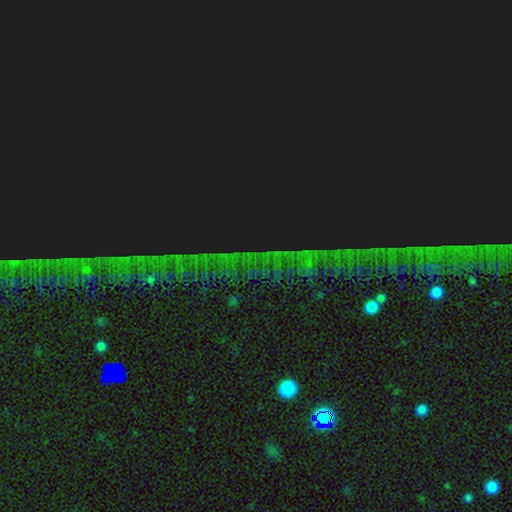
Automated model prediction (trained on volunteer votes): The model was most divided on "smooth or featured": star or artifact: 84%, smooth: 8%, featured or disk: 8%.